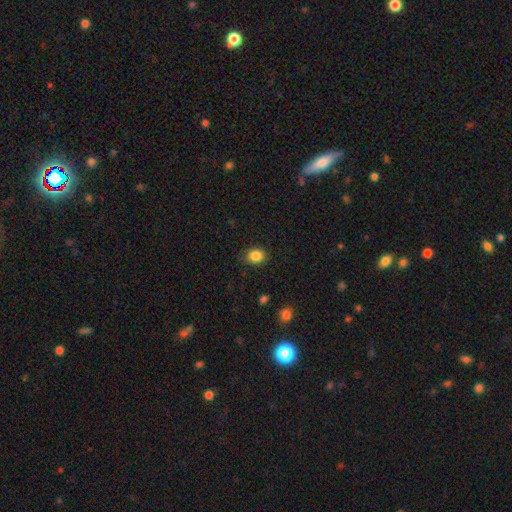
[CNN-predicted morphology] Q: Smooth or featured?
A: smooth (86%); runner-up: star or artifact (10%)
Q: How rounded?
A: round (62%); runner-up: in between (37%)
Q: Merging?
A: none (84%); runner-up: minor disturbance (12%)